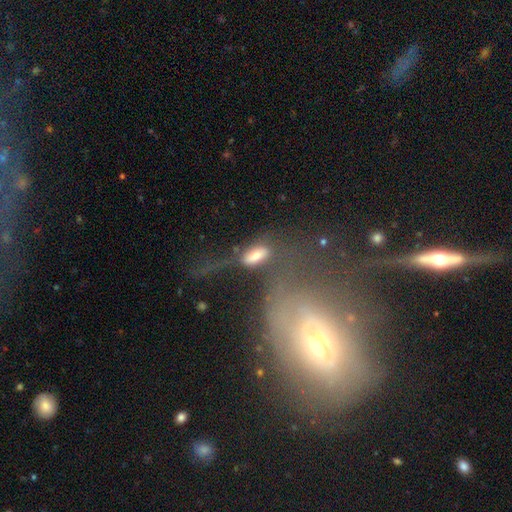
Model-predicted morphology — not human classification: Smooth or featured?
  - smooth: 68% *
  - featured or disk: 23%
  - star or artifact: 9%
How rounded?
  - in between: 81% *
  - cigar-shaped: 14%
  - round: 5%
Merging?
  - none: 46% *
  - major disturbance: 22%
  - minor disturbance: 20%
  - merger: 13%